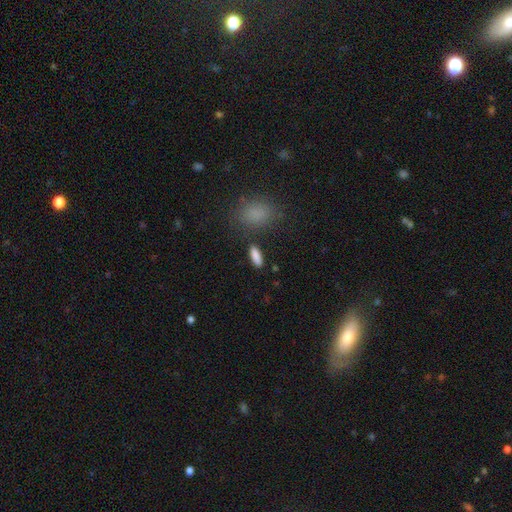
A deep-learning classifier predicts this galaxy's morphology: A smooth galaxy with no disk features (86%) that is in between round and cigar-shaped (58%). Merging: none (83%).